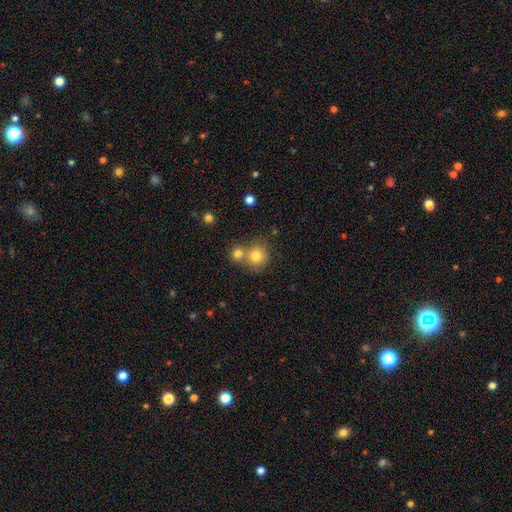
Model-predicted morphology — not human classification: smooth-or-featured: smooth: 78% | star or artifact: 11% | featured or disk: 11%
  how-rounded: round: 86% | in between: 13% | cigar-shaped: 1%
  merging: none: 48% | merger: 40% | minor disturbance: 8% | major disturbance: 3%